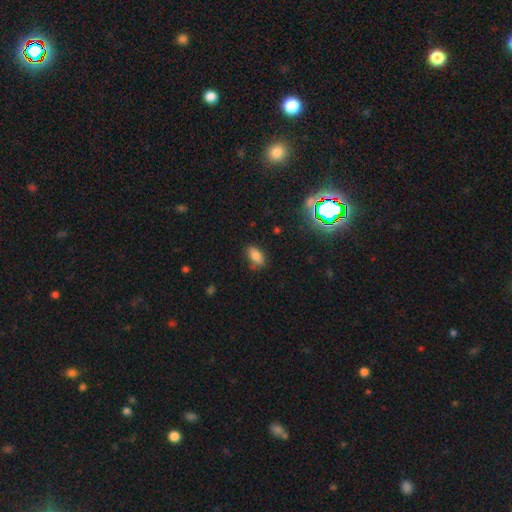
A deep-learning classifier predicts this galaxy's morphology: A smooth galaxy with no disk features (80%) that is in between round and cigar-shaped (90%).

Vote fractions:
- Smooth or featured? smooth: 80% / star or artifact: 12% / featured or disk: 7%
- How rounded? in between: 90% / round: 6% / cigar-shaped: 4%
- Merging? none: 76% / minor disturbance: 17% / major disturbance: 4% / merger: 3%